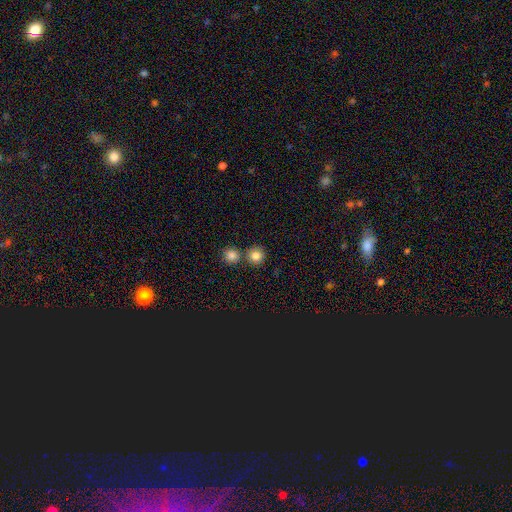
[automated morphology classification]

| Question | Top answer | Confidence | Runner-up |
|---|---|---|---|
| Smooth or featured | smooth | 83% | star or artifact (11%) |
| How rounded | round | 92% | in between (7%) |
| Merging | none | 73% | merger (18%) |